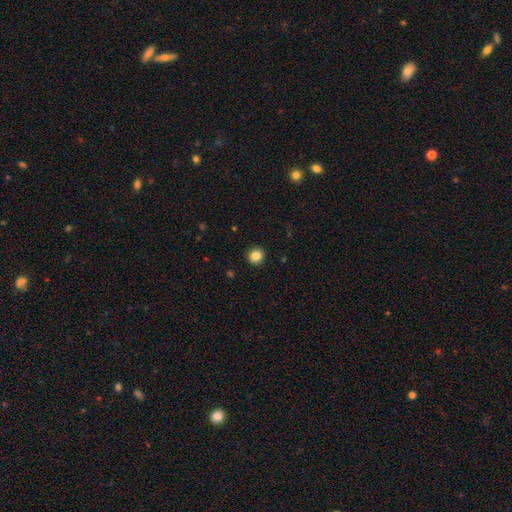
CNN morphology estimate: smooth 84%, star or artifact 11%, featured or disk 5%. Down the decision tree: how rounded — round (94%); merging — none (93%).